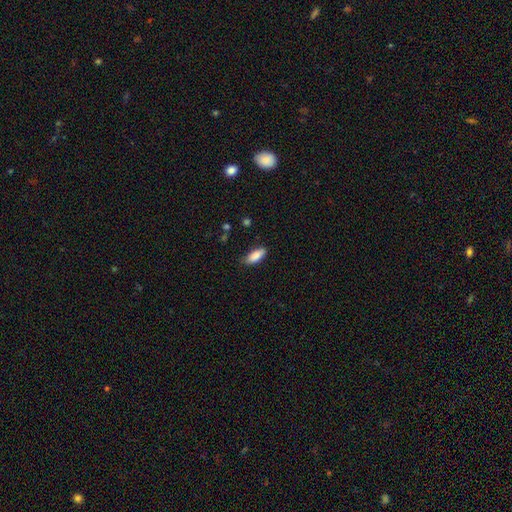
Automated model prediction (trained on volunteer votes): smooth 87%, featured or disk 7%, star or artifact 7%. Down the decision tree: how rounded — in between (78%); merging — none (77%).